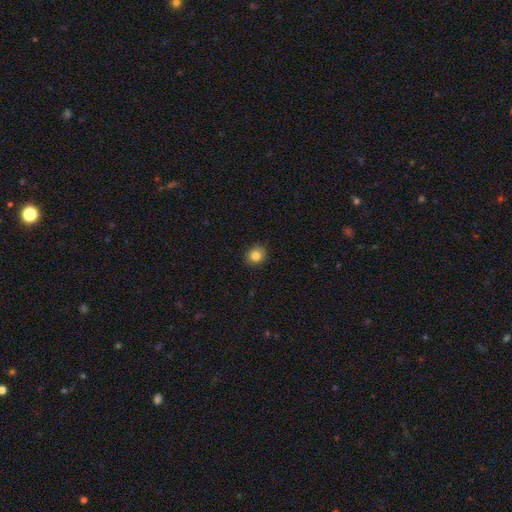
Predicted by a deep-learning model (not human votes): smooth_or_featured: smooth (p=0.84) [alt: star or artifact p=0.10]
how_rounded: round (p=0.79) [alt: in between p=0.20]
merging: none (p=0.87) [alt: minor disturbance p=0.10]